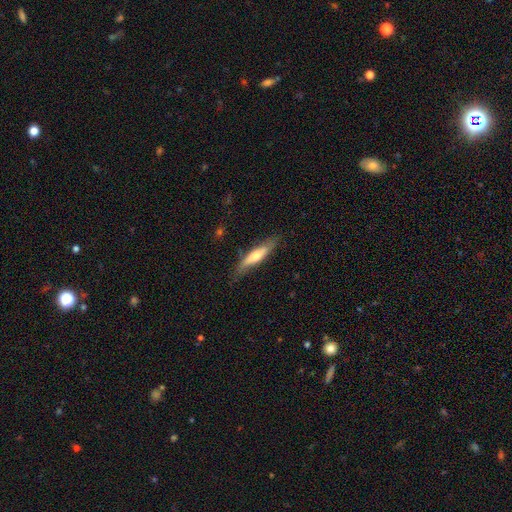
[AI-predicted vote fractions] Smooth or featured? smooth (52%)
How rounded? cigar-shaped (79%)
Merging? none (77%)